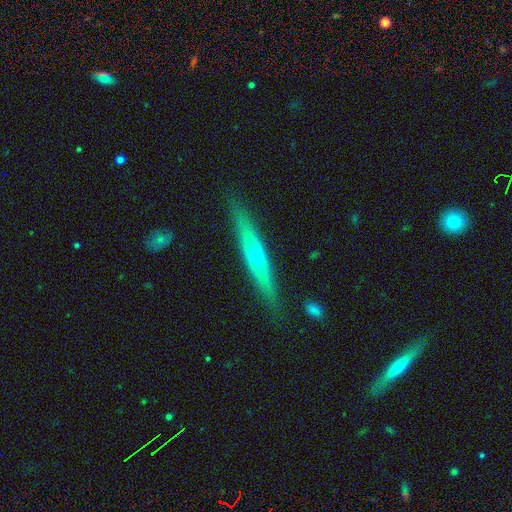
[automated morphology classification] smooth-or-featured: featured or disk: 63% | smooth: 30% | star or artifact: 7%
  disk-edge-on: yes: 92% | no: 8%
    edge-on-bulge: rounded: 72% | none: 25% | boxy: 3%
  merging: none: 87% | minor disturbance: 9% | major disturbance: 2% | merger: 1%